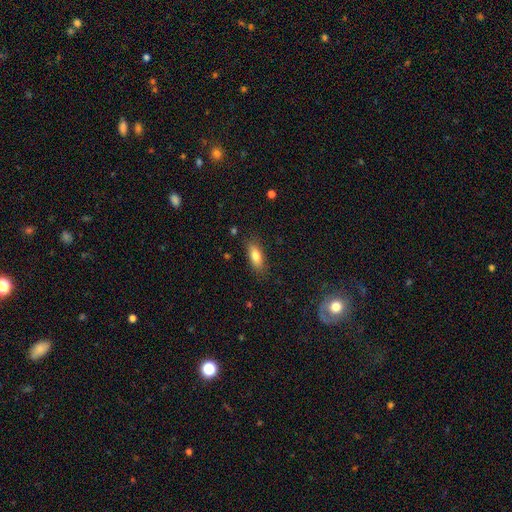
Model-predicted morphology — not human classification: Smooth or featured? Predicted: smooth (p=0.79). How rounded? Predicted: in between (p=0.75). Merging? Predicted: none (p=0.83).